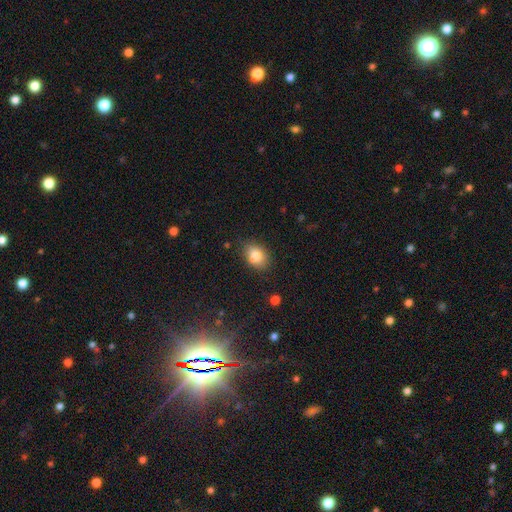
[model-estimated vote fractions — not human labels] A smooth galaxy with no disk features (79%) that is in between round and cigar-shaped (67%).

Vote fractions:
- Smooth or featured? smooth: 79% / featured or disk: 11% / star or artifact: 10%
- How rounded? in between: 67% / round: 32% / cigar-shaped: 1%
- Merging? none: 66% / minor disturbance: 20% / merger: 9% / major disturbance: 4%